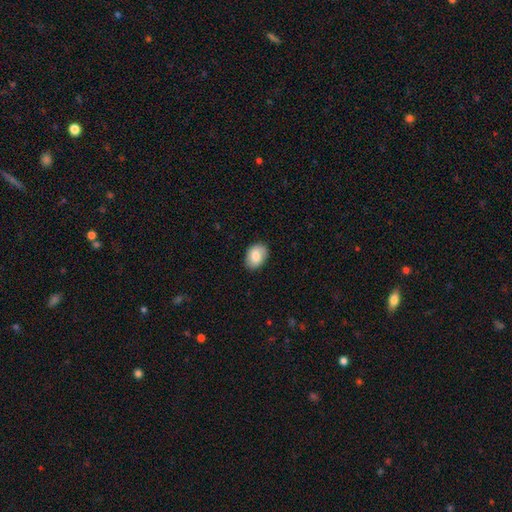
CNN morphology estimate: type=smooth (80%); roundness=in between (76%); merging=none (85%).